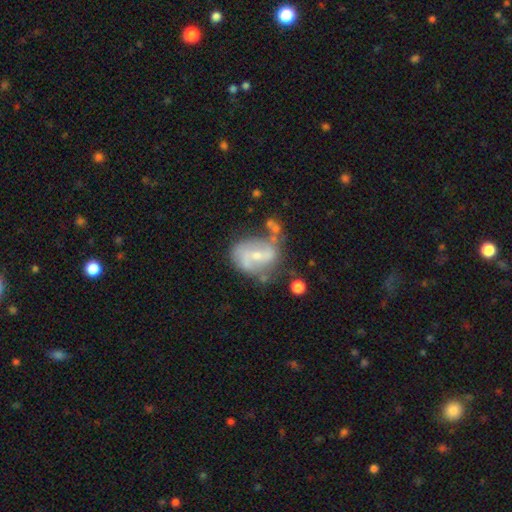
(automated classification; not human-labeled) Overall: featured or disk (70%). Edge-on disk: no (97%). Bar: weak (44%; no 30%). Spiral arms: yes (76%). Spiral arm count: 2 (74%). Spiral winding: medium (41%, tied with loose). Bulge size: small (59%; moderate 35%). Merging: none (45%; minor disturbance 25%).